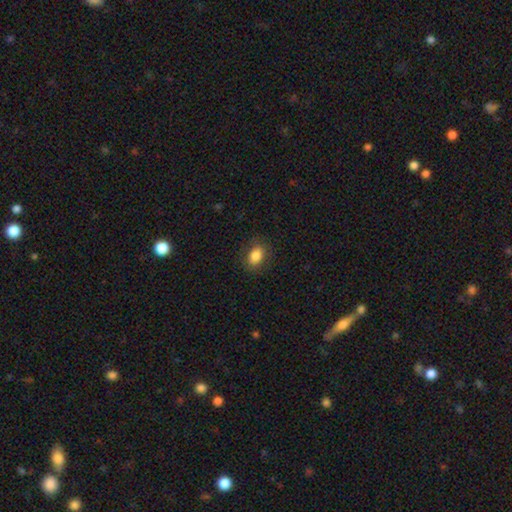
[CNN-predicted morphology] smooth_or_featured: smooth (p=0.84) [alt: star or artifact p=0.08]
how_rounded: in between (p=0.78) [alt: round p=0.21]
merging: none (p=0.84) [alt: minor disturbance p=0.11]